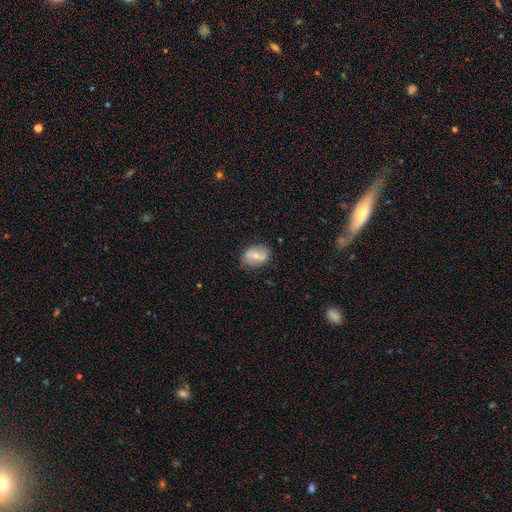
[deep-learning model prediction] A smooth galaxy with no disk features (59%) that is in between round and cigar-shaped (70%).

Vote fractions:
- Smooth or featured? smooth: 59% / featured or disk: 33% / star or artifact: 8%
- How rounded? in between: 70% / round: 29% / cigar-shaped: 1%
- Merging? none: 74% / minor disturbance: 20% / major disturbance: 4% / merger: 2%